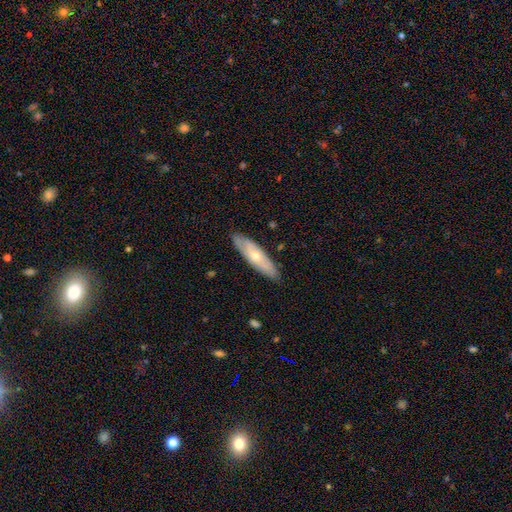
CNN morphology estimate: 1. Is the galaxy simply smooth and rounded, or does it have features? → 49% featured or disk, 45% smooth, 6% star or artifact.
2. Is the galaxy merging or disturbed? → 86% none, 11% minor disturbance, 2% major disturbance, 1% merger.